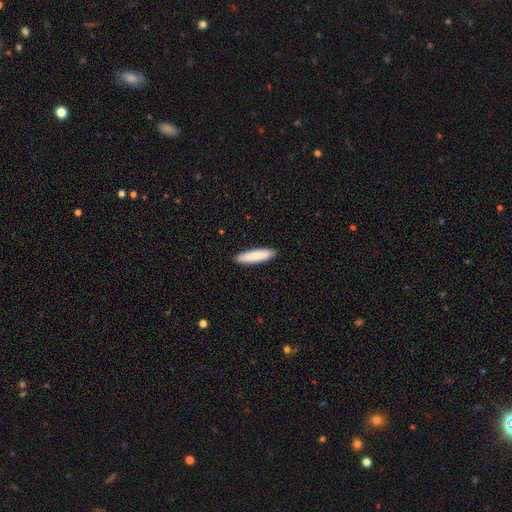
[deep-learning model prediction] smooth 85%, featured or disk 10%, star or artifact 5%. Down the decision tree: how rounded — cigar-shaped (78%); merging — none (91%).